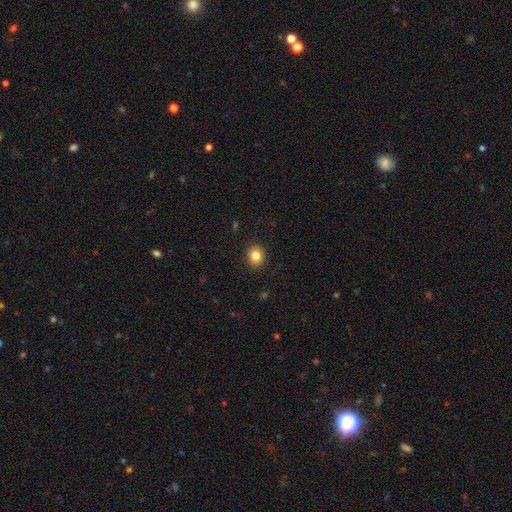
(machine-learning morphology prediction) Smooth or featured?
  - smooth: 83% *
  - star or artifact: 10%
  - featured or disk: 7%
How rounded?
  - round: 71% *
  - in between: 28%
  - cigar-shaped: 1%
Merging?
  - none: 91% *
  - minor disturbance: 6%
  - major disturbance: 2%
  - merger: 1%